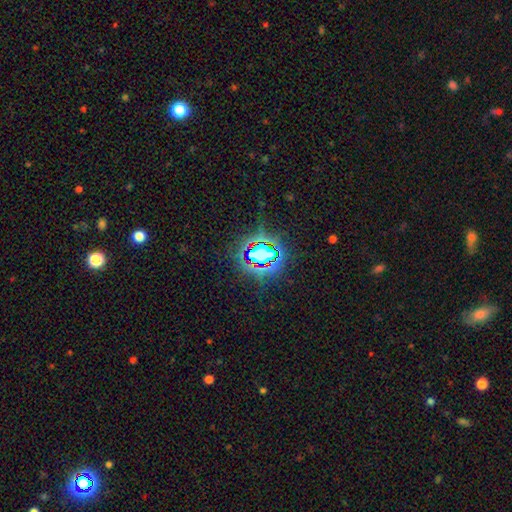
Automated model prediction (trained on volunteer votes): Smooth or featured? Predicted: star or artifact (p=0.69).